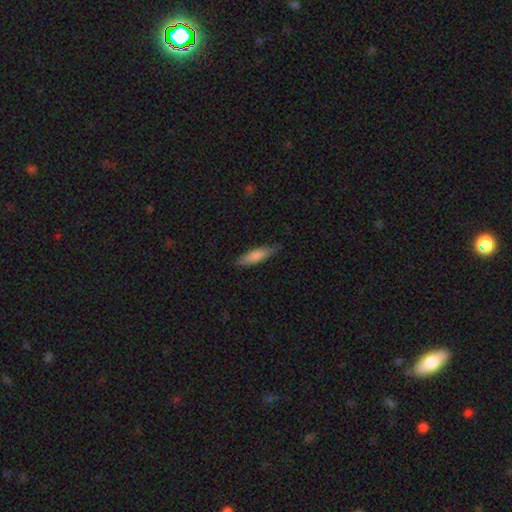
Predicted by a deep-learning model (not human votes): This is likely a smooth galaxy (78%). How rounded: likely cigar-shaped (66%). Merging: clearly none (82%).